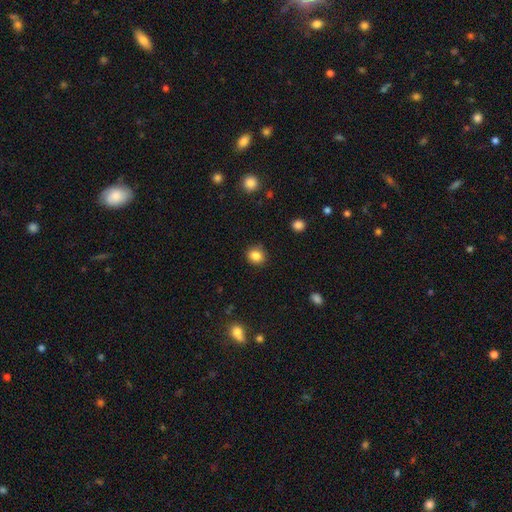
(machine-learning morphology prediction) Smooth or featured? Predicted: smooth (p=0.85). How rounded? Predicted: round (p=0.78). Merging? Predicted: none (p=0.89).